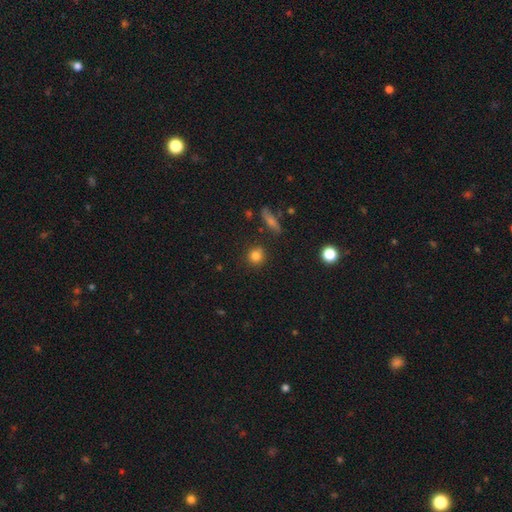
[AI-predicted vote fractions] Smooth or featured?
  - smooth: 82% *
  - star or artifact: 12%
  - featured or disk: 6%
How rounded?
  - round: 87% *
  - in between: 11%
  - cigar-shaped: 2%
Merging?
  - none: 86% *
  - minor disturbance: 8%
  - merger: 3%
  - major disturbance: 3%